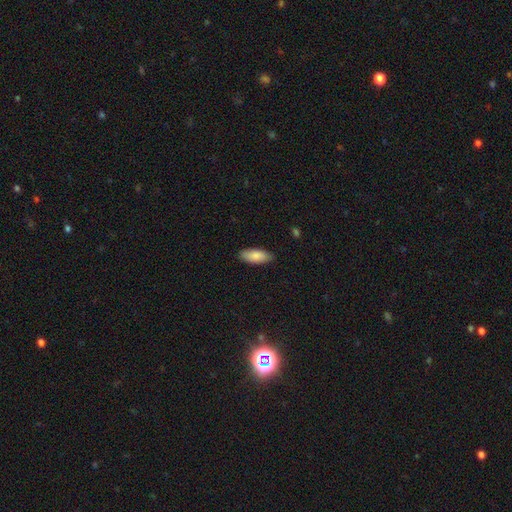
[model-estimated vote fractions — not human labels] This appears to be a smooth galaxy with no disk features (85%) that is in between round and cigar-shaped (78%). Merging: none (87%).